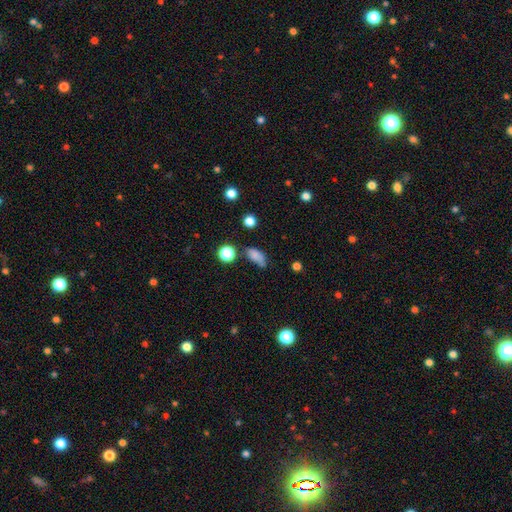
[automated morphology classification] Smooth or featured: smooth — 78% (star or artifact — 13%)
How rounded: in between — 83% (round — 10%)
Merging: none — 50% (minor disturbance — 31%)